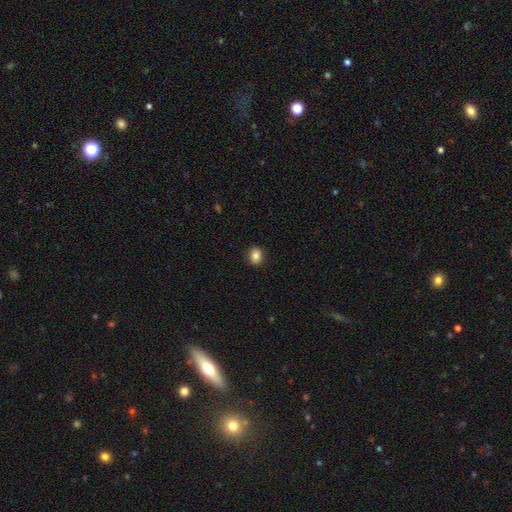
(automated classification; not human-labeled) smooth-or-featured: smooth: 85% | star or artifact: 9% | featured or disk: 6%
  how-rounded: in between: 54% | round: 45% | cigar-shaped: 1%
  merging: none: 89% | minor disturbance: 8% | major disturbance: 2% | merger: 1%